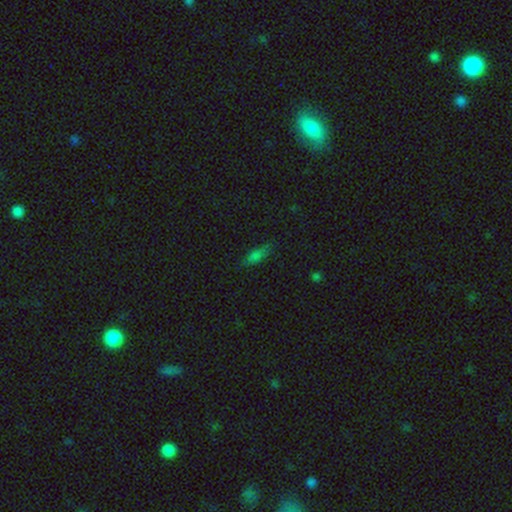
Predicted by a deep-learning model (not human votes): smooth_or_featured: smooth (p=0.68) [alt: star or artifact p=0.18]
how_rounded: in between (p=0.66) [alt: cigar-shaped p=0.29]
merging: none (p=0.70) [alt: minor disturbance p=0.22]